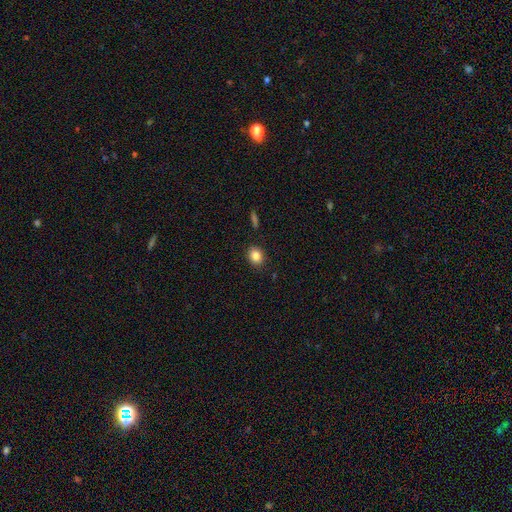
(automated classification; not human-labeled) A smooth galaxy with no disk features (85%) that is round (52%).

Vote fractions:
- Smooth or featured? smooth: 85% / star or artifact: 9% / featured or disk: 6%
- How rounded? round: 52% / in between: 46% / cigar-shaped: 1%
- Merging? none: 88% / minor disturbance: 8% / major disturbance: 2% / merger: 1%